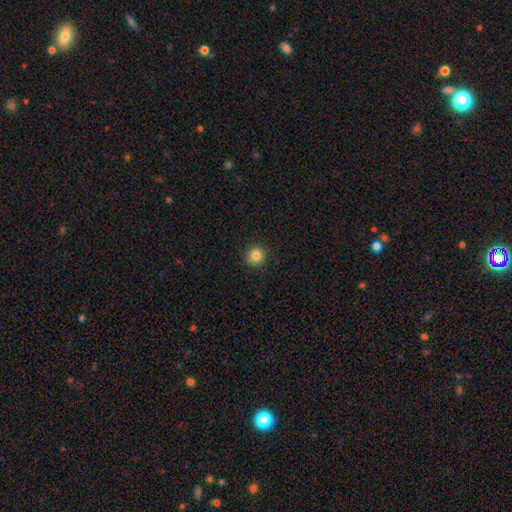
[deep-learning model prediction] A smooth galaxy with no disk features (83%) that is round (94%). Merging: none (91%).